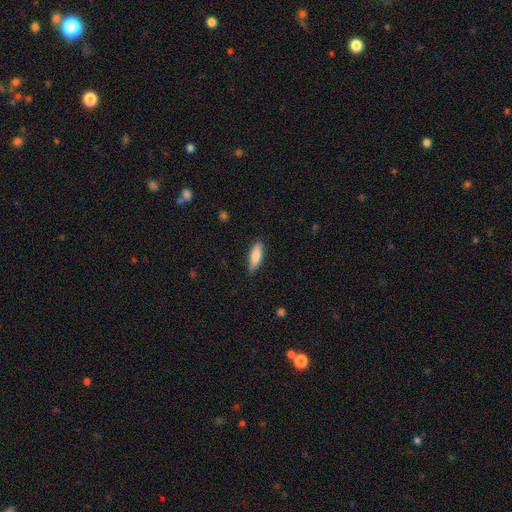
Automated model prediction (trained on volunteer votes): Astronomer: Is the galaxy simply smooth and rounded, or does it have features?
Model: smooth — 77%.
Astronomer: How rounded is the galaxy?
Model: in between — 56% (runner-up: cigar-shaped, 42%).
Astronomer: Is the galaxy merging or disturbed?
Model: none — 84%.